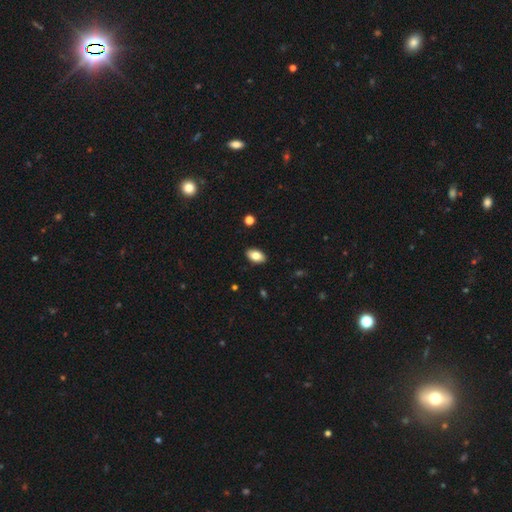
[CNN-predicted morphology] Q: Smooth or featured?
A: smooth (82%); runner-up: featured or disk (11%)
Q: How rounded?
A: in between (93%); runner-up: round (5%)
Q: Merging?
A: none (90%); runner-up: minor disturbance (8%)